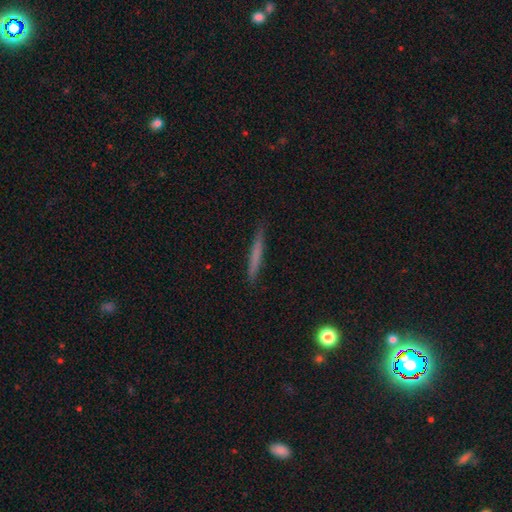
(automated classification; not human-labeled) A smooth galaxy with no disk features (63%) that is cigar-shaped (96%).

Vote fractions:
- Smooth or featured? smooth: 63% / featured or disk: 30% / star or artifact: 7%
- How rounded? cigar-shaped: 96% / in between: 3% / round: 1%
- Merging? none: 89% / minor disturbance: 8% / major disturbance: 2% / merger: 1%